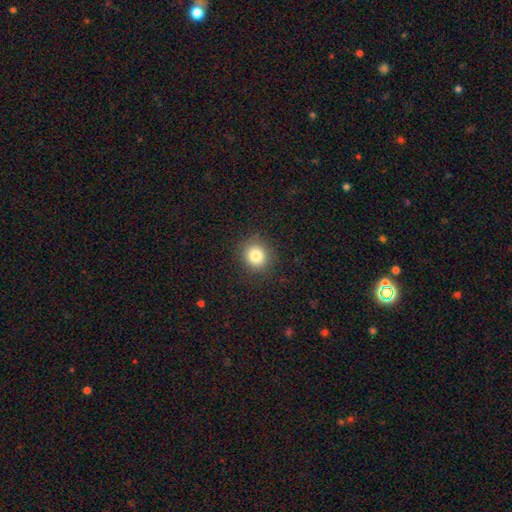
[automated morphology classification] Smooth or featured: smooth — 83% (star or artifact — 11%)
How rounded: round — 83% (in between — 16%)
Merging: none — 88% (minor disturbance — 8%)